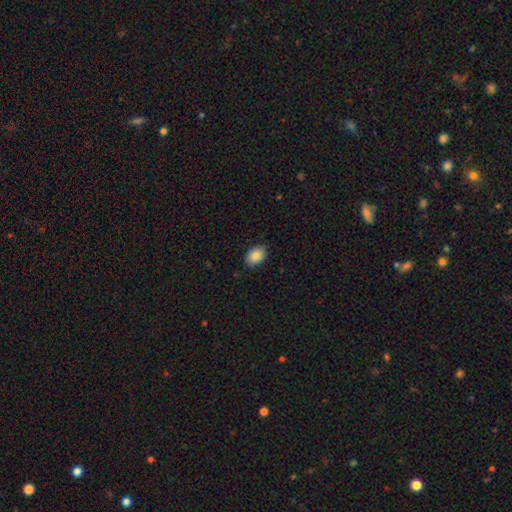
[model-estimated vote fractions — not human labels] smooth_or_featured: smooth (p=0.86) [alt: star or artifact p=0.08]
how_rounded: in between (p=0.81) [alt: round p=0.18]
merging: none (p=0.86) [alt: minor disturbance p=0.11]